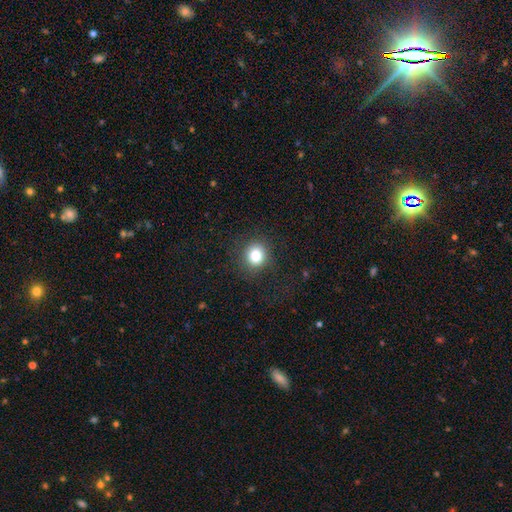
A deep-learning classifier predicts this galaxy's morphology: Smooth or featured?
  - smooth: 83% *
  - star or artifact: 11%
  - featured or disk: 5%
How rounded?
  - round: 84% *
  - in between: 15%
  - cigar-shaped: 1%
Merging?
  - none: 86% *
  - minor disturbance: 9%
  - major disturbance: 4%
  - merger: 1%